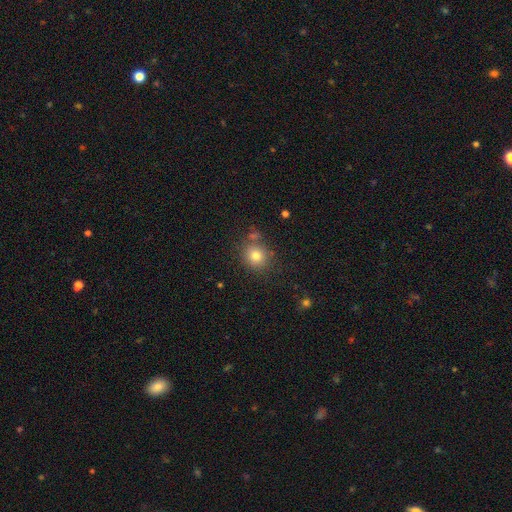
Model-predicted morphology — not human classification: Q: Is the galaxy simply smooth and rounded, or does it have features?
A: smooth — 78%.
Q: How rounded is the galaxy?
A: round — 83%.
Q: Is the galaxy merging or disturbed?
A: none — 77%.